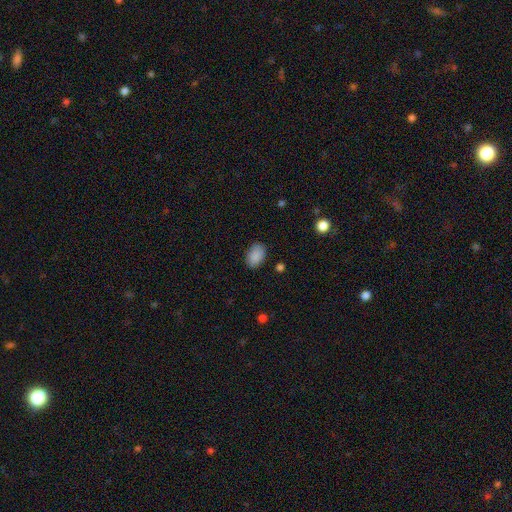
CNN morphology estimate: Smooth or featured?
  - smooth: 89% *
  - star or artifact: 7%
  - featured or disk: 4%
How rounded?
  - in between: 86% *
  - round: 13%
  - cigar-shaped: 1%
Merging?
  - none: 85% *
  - minor disturbance: 12%
  - major disturbance: 3%
  - merger: 1%